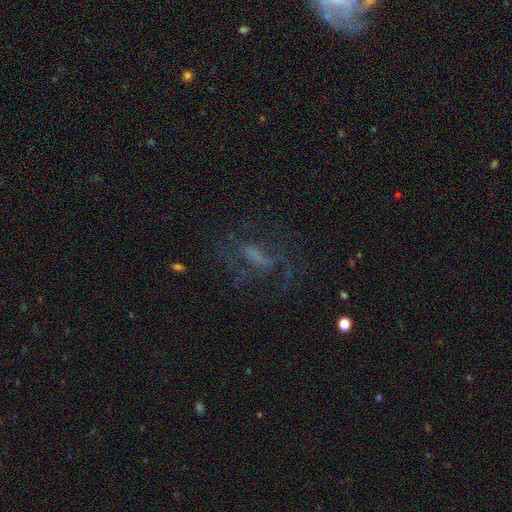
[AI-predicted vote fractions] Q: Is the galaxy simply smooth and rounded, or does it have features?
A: featured or disk — 53%.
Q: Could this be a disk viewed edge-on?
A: no — 86%.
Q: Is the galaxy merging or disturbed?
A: none — 52%.